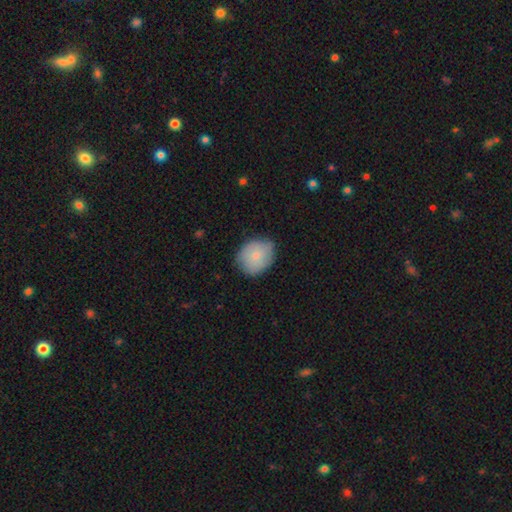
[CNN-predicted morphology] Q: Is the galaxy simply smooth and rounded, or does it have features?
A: smooth — 79%.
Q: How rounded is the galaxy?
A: round — 63%.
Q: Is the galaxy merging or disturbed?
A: none — 75%.